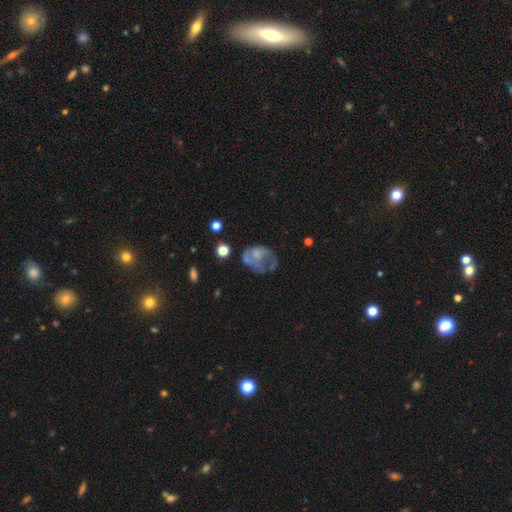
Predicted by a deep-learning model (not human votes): This is possibly a featured or disk galaxy (56%). It is clearly not viewed edge-on (97%). Bar: clearly no (84%). Spiral arm pattern: likely no (72%). Central bulge: possibly none (53%). Merging: marginally major disturbance (39%).